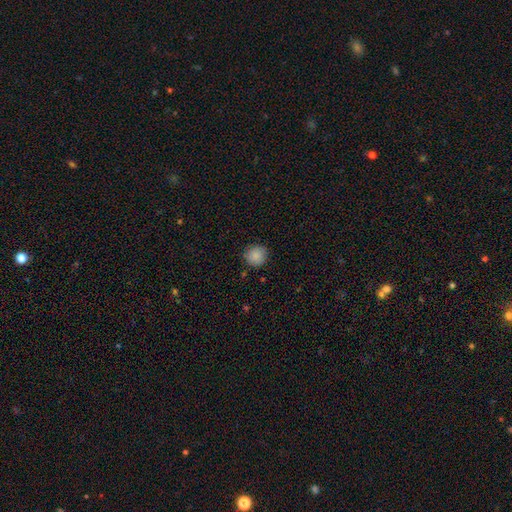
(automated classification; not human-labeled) smooth_or_featured: smooth (p=0.87) [alt: star or artifact p=0.08]
how_rounded: round (p=0.92) [alt: in between p=0.07]
merging: none (p=0.86) [alt: minor disturbance p=0.11]